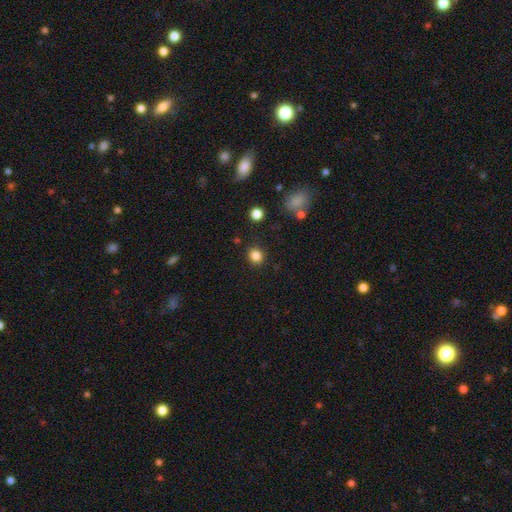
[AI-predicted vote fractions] smooth-or-featured: smooth: 84% | star or artifact: 12% | featured or disk: 4%
  how-rounded: round: 82% | in between: 17% | cigar-shaped: 1%
  merging: none: 88% | minor disturbance: 7% | major disturbance: 3% | merger: 2%